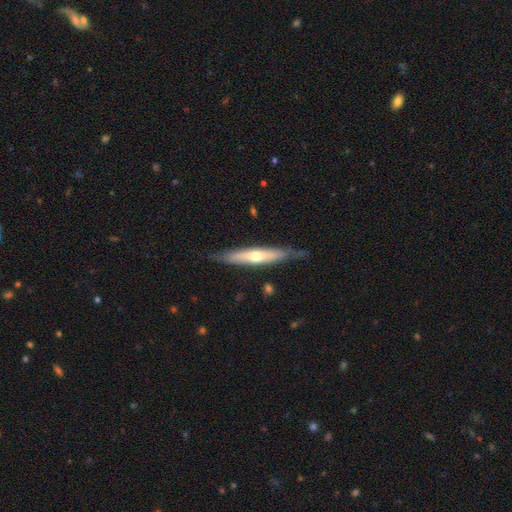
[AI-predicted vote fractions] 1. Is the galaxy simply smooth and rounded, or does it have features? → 57% featured or disk, 38% smooth, 5% star or artifact.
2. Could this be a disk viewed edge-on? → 85% yes, 15% no.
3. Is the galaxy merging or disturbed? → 78% none, 17% minor disturbance, 3% major disturbance, 2% merger.